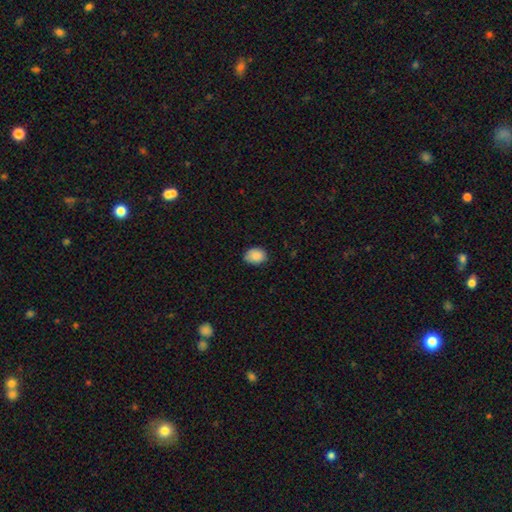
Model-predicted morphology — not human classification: smooth 88%, star or artifact 8%, featured or disk 4%. Down the decision tree: how rounded — in between (63%); merging — none (77%).